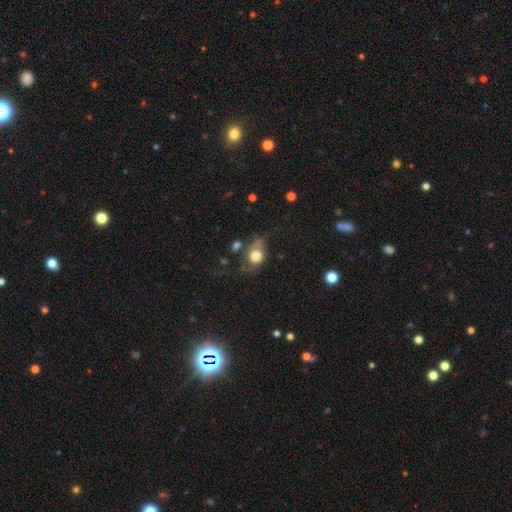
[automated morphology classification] This appears to be a smooth galaxy with no disk features (73%) that is round (60%). Merging: none (39%).